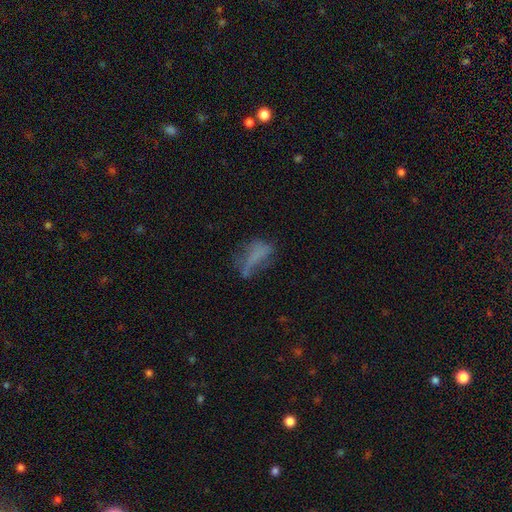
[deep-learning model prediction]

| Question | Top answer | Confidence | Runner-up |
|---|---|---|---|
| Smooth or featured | smooth | 52% | featured or disk (32%) |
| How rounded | in between | 62% | cigar-shaped (31%) |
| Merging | none | 36% | major disturbance (32%) |